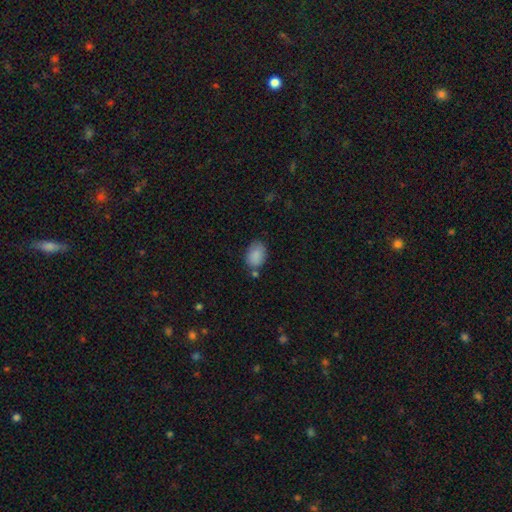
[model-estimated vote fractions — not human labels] Smooth or featured? smooth (87%)
How rounded? in between (84%)
Merging? none (68%)